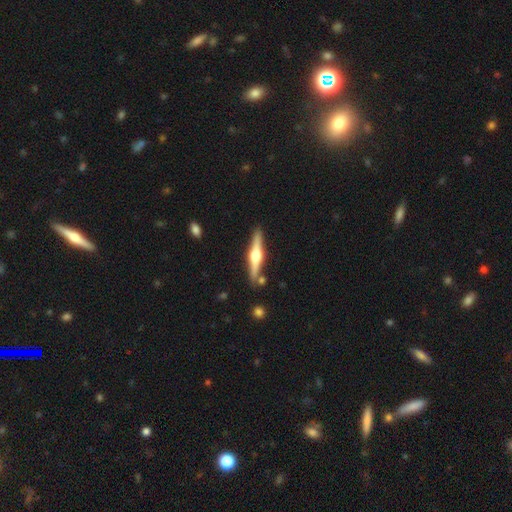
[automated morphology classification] featured or disk 77%, smooth 18%, star or artifact 5%. Down the decision tree: edge-on disk — yes (98%); edge-on bulge — rounded (95%); merging — none (87%).